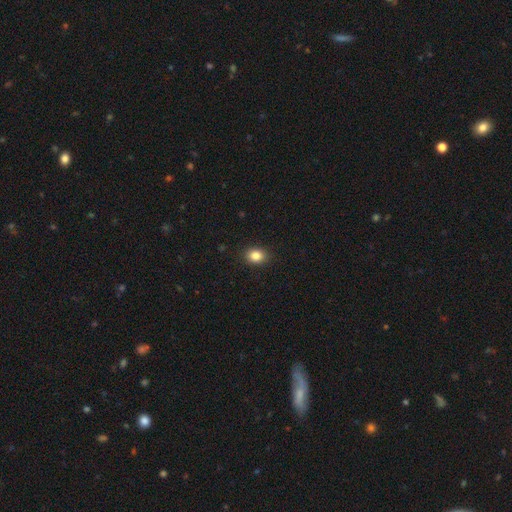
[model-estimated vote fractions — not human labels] Smooth or featured? smooth (85%)
How rounded? in between (55%)
Merging? none (89%)